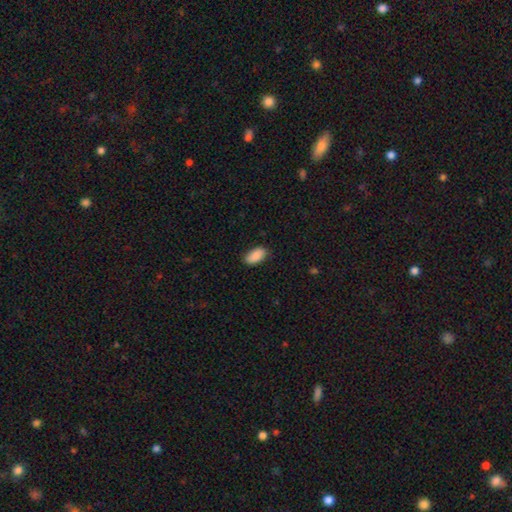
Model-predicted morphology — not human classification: smooth 88%, star or artifact 6%, featured or disk 6%. Down the decision tree: how rounded — in between (94%); merging — none (83%).